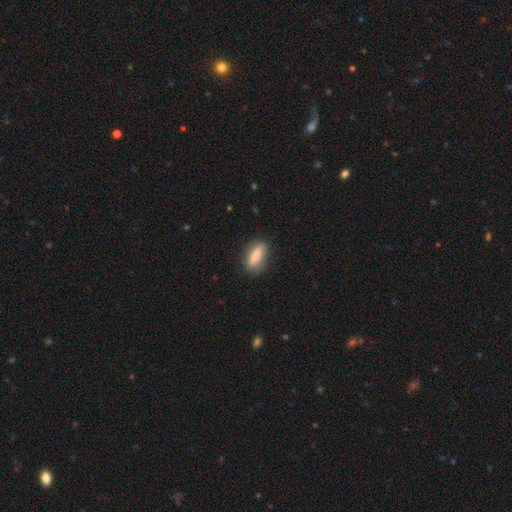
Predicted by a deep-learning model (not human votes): A smooth galaxy with no disk features (80%) that is in between round and cigar-shaped (59%). Merging: none (83%).